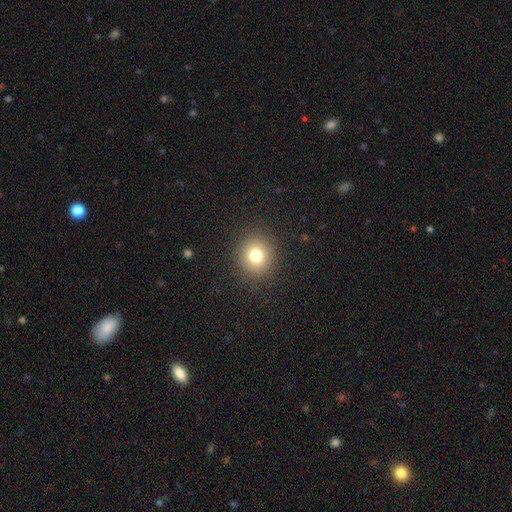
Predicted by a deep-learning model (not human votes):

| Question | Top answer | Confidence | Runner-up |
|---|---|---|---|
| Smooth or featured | smooth | 77% | star or artifact (14%) |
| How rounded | round | 86% | in between (13%) |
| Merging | none | 90% | minor disturbance (6%) |